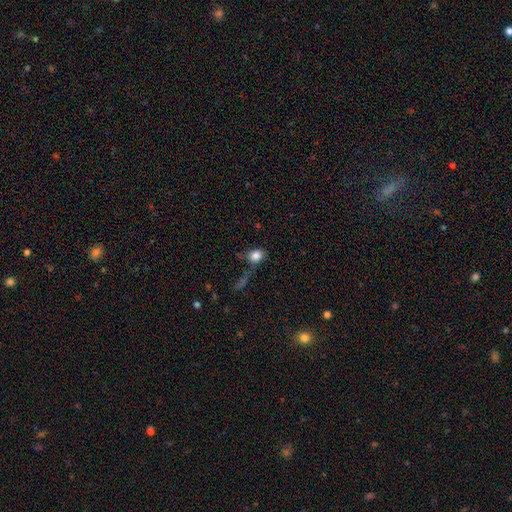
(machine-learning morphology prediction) Smooth or featured?
  - smooth: 82% *
  - star or artifact: 10%
  - featured or disk: 7%
How rounded?
  - in between: 54% *
  - round: 44%
  - cigar-shaped: 2%
Merging?
  - none: 49% *
  - minor disturbance: 20%
  - major disturbance: 18%
  - merger: 13%